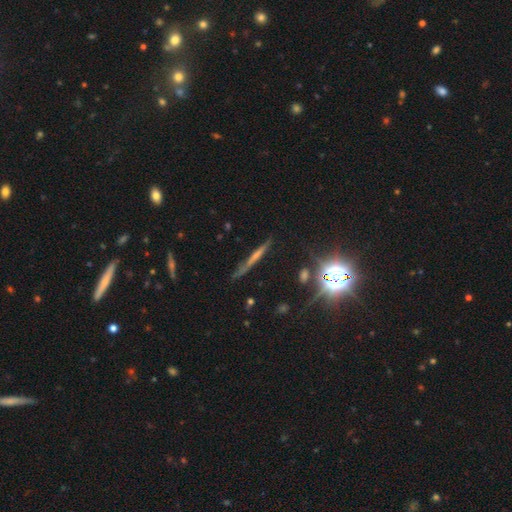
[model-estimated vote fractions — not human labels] The model was most divided on "smooth or featured": featured or disk: 48%, smooth: 31%, star or artifact: 22%. More confident: merging — none (82%).